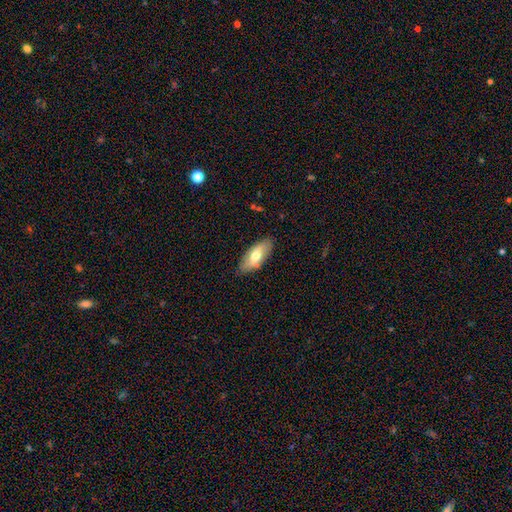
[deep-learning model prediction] The model was most divided on "smooth or featured": smooth: 65%, featured or disk: 29%, star or artifact: 6%. More confident: how rounded — in between (86%); merging — none (82%).